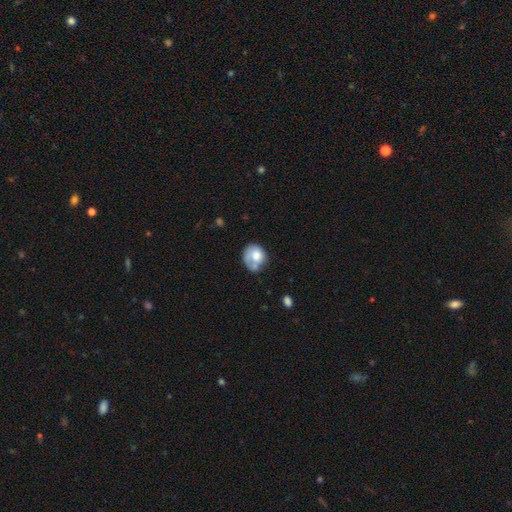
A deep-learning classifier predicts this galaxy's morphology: Overall: smooth (62%; featured or disk 30%). How rounded: round (62%; in between 37%). Merging: none (39%; minor disturbance 28%).